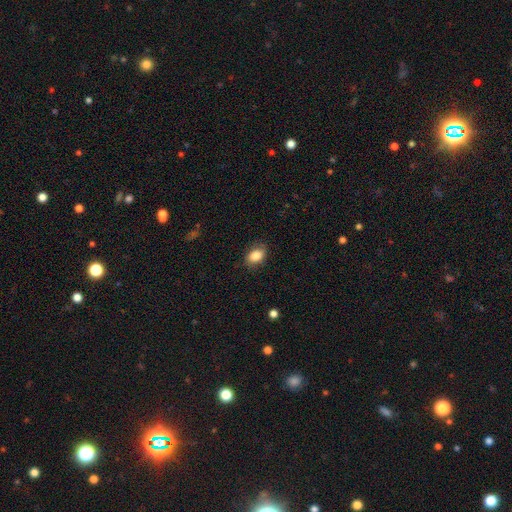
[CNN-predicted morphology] Overall: smooth (83%). How rounded: in between (83%). Merging: none (79%).